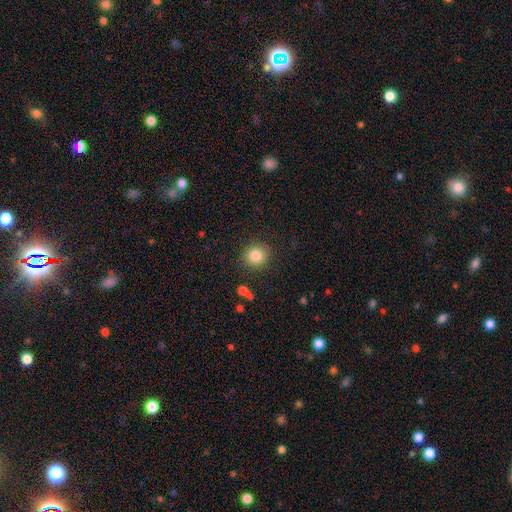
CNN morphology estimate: smooth_or_featured: smooth (p=0.83) [alt: star or artifact p=0.10]
how_rounded: round (p=0.88) [alt: in between p=0.11]
merging: none (p=0.87) [alt: minor disturbance p=0.08]